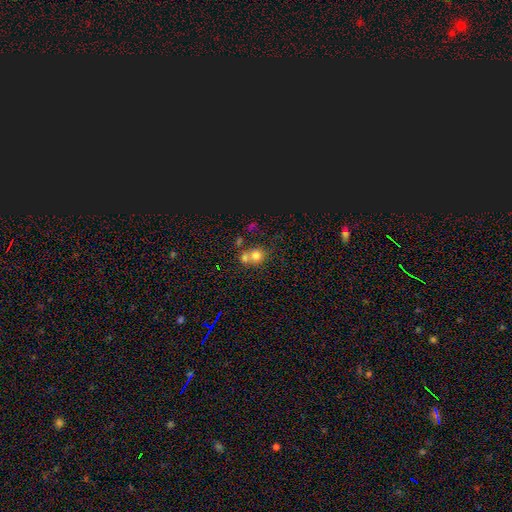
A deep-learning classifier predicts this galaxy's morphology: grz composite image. It shows a smooth galaxy with no disk features (73%) that is round (82%). Merging: merger (49%).